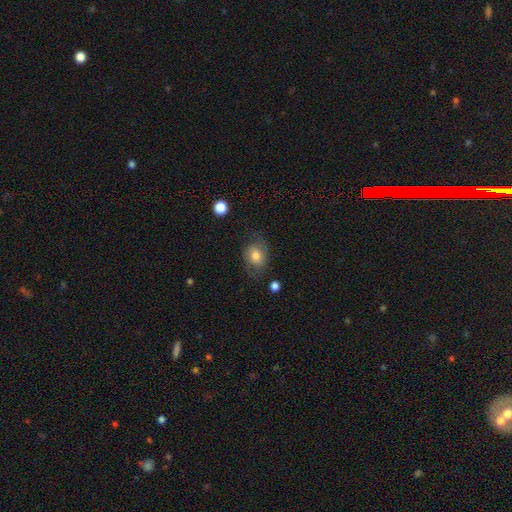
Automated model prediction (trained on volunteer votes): Morphology: type=smooth (60%); roundness=in between (55%); merging=none (67%).